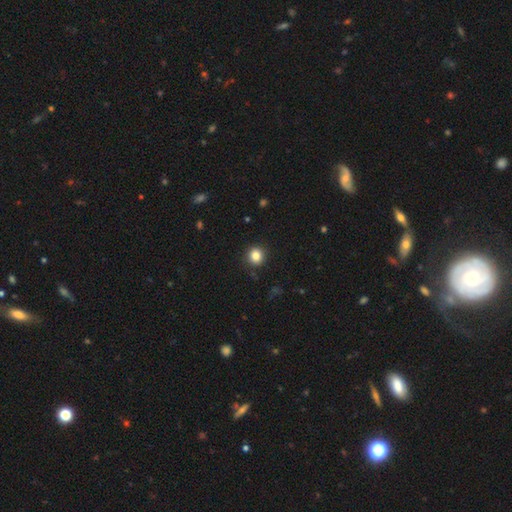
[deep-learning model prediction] Overall: smooth (84%). How rounded: round (87%). Merging: none (90%).